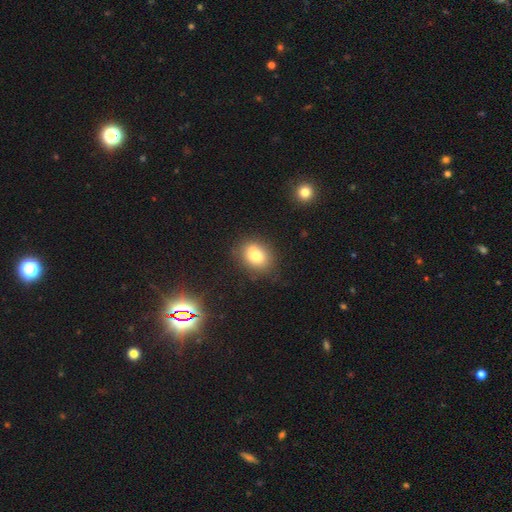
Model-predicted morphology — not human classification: smooth-or-featured: smooth: 77% | featured or disk: 13% | star or artifact: 11%
  how-rounded: in between: 60% | round: 39% | cigar-shaped: 1%
  merging: none: 75% | minor disturbance: 17% | merger: 4% | major disturbance: 4%